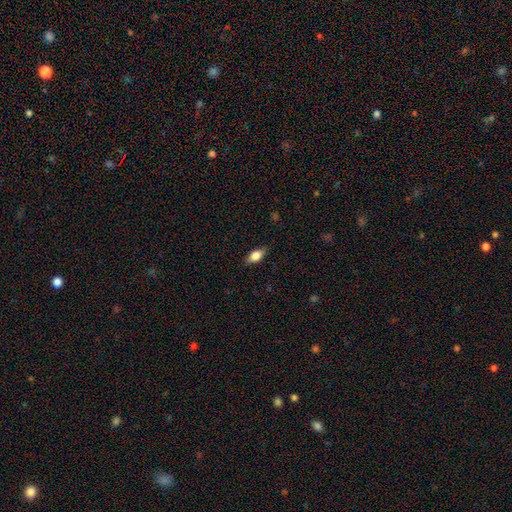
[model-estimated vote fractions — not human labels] This is likely a smooth galaxy (76%). How rounded: clearly in between (85%). Merging: clearly none (83%).